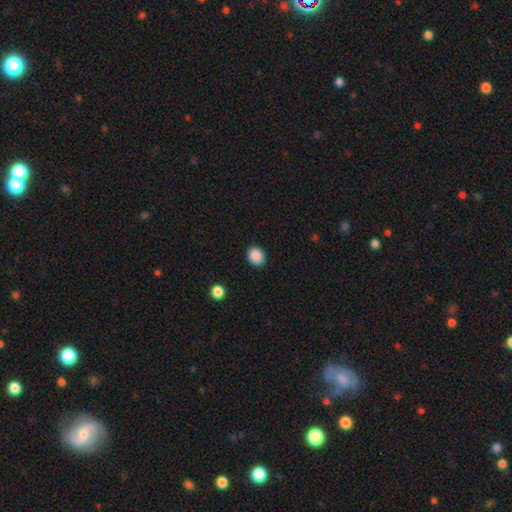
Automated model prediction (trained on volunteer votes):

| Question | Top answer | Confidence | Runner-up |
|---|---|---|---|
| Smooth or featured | smooth | 89% | star or artifact (8%) |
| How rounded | in between | 50% | round (49%) |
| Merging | none | 89% | minor disturbance (8%) |